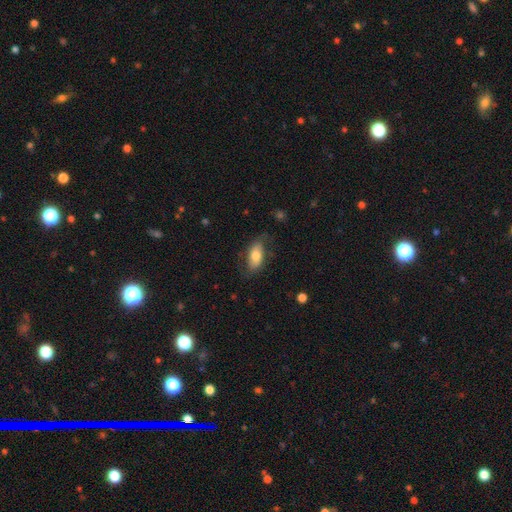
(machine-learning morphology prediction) The model was most divided on "smooth or featured": smooth: 65%, featured or disk: 28%, star or artifact: 7%. More confident: how rounded — in between (90%); merging — none (67%).